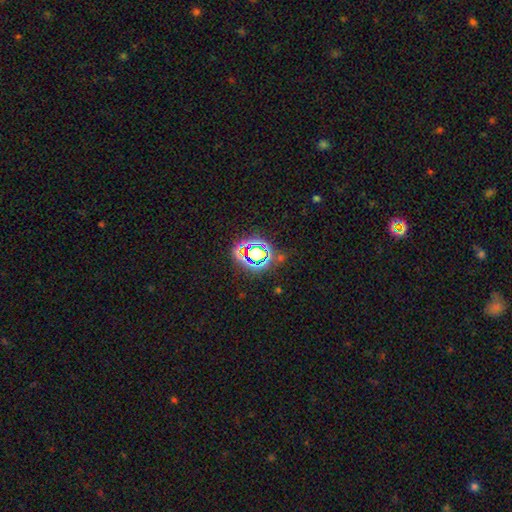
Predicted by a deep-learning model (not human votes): smooth-or-featured: star or artifact: 76% | smooth: 16% | featured or disk: 9%